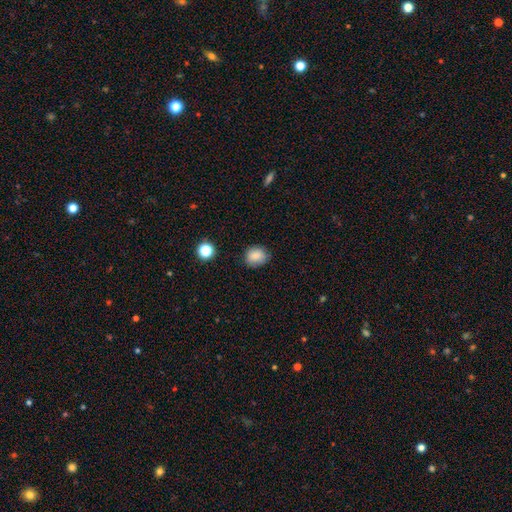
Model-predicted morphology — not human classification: smooth 83%, star or artifact 10%, featured or disk 7%. Down the decision tree: how rounded — round (71%); merging — none (80%).